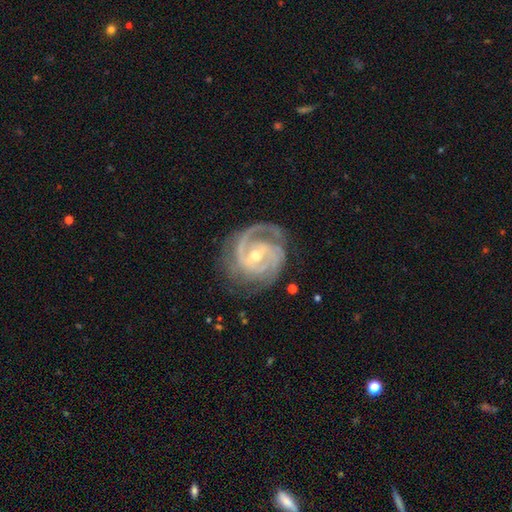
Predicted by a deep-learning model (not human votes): A featured or disk galaxy (92%) with a weak bar (45%), 2 (47%) tight (63%) spiral arms (98%) and a moderate central bulge (53%).

Vote fractions:
- Smooth or featured? featured or disk: 92% / star or artifact: 4% / smooth: 3%
- Edge-on disk? no: 98% / yes: 2%
- Bar? weak: 45% / no: 33% / strong: 22%
- Spiral arms? yes: 98% / no: 2%
- Spiral winding? tight: 63% / medium: 32% / loose: 5%
- Spiral arm count? 2: 47% / 3: 27% / can't tell: 11% / 1: 5% / 4: 5% / more than 4: 4%
- Bulge size? moderate: 53% / small: 44% / large: 2% / none: 1% / dominant: 1%
- Merging? none: 73% / minor disturbance: 18% / major disturbance: 8% / merger: 1%